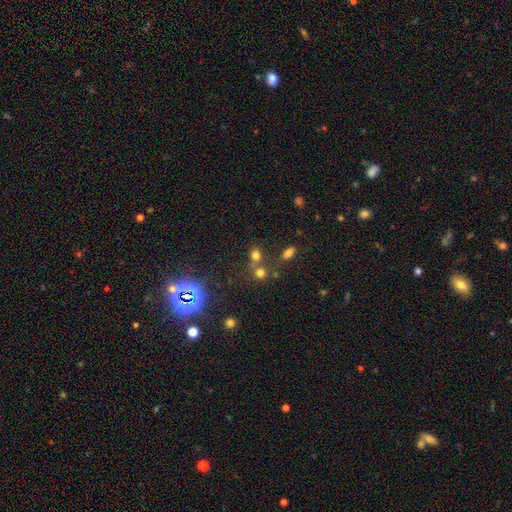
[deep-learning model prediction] smooth-or-featured: smooth: 65% | star or artifact: 26% | featured or disk: 9%
  how-rounded: round: 68% | in between: 30% | cigar-shaped: 2%
  merging: none: 53% | merger: 33% | minor disturbance: 9% | major disturbance: 5%